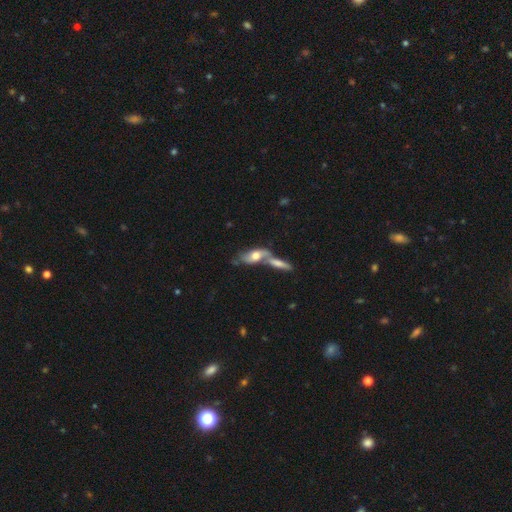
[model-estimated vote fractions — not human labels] Smooth or featured? smooth (51%)
How rounded? in between (69%)
Merging? merger (58%)